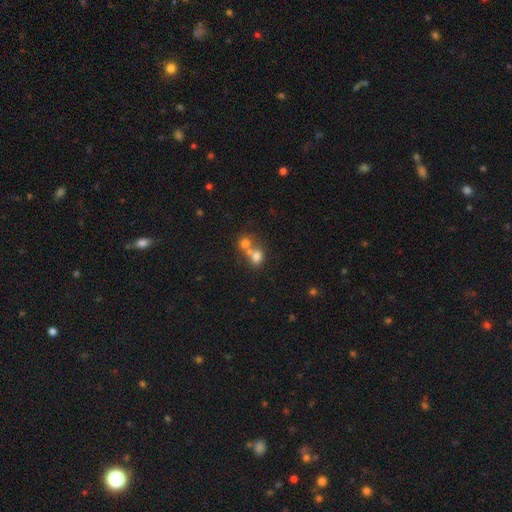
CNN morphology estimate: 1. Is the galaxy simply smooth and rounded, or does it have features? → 73% smooth, 15% featured or disk, 13% star or artifact.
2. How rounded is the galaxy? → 62% round, 37% in between, 1% cigar-shaped.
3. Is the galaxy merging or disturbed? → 59% merger, 32% none, 6% minor disturbance, 4% major disturbance.